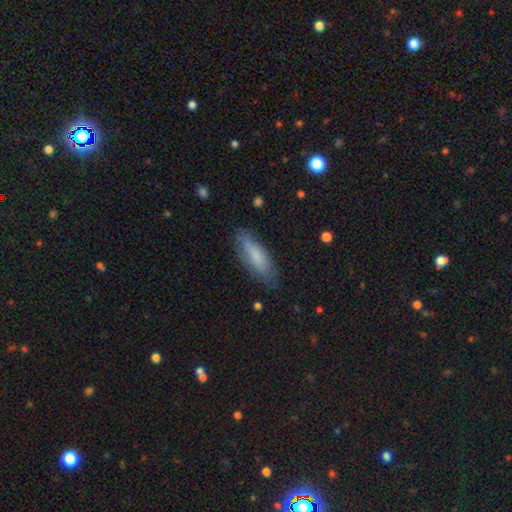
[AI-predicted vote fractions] smooth-or-featured: smooth: 77% | featured or disk: 16% | star or artifact: 6%
  how-rounded: in between: 53% | cigar-shaped: 45% | round: 2%
  merging: none: 79% | minor disturbance: 16% | major disturbance: 4% | merger: 1%